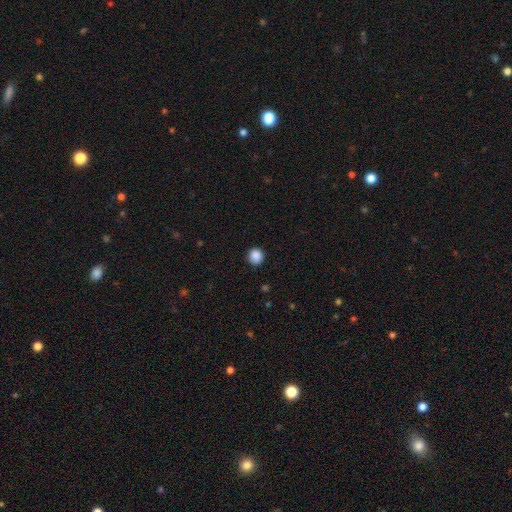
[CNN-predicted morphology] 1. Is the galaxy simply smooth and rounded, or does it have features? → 88% smooth, 9% star or artifact, 3% featured or disk.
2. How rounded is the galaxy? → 94% round, 5% in between, 1% cigar-shaped.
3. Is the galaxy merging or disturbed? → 91% none, 6% minor disturbance, 2% major disturbance, 1% merger.